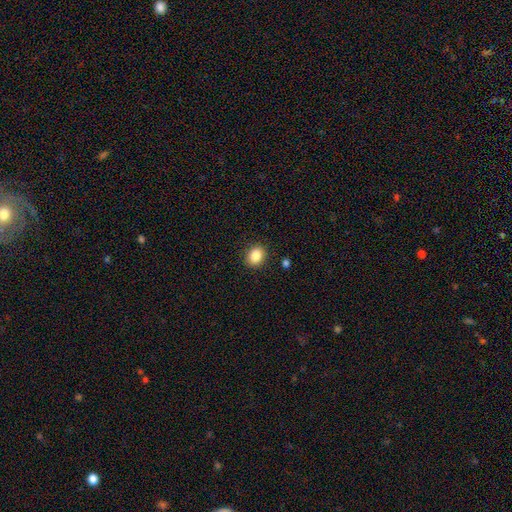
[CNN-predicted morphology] type=smooth (86%); roundness=round (53%); merging=none (89%).